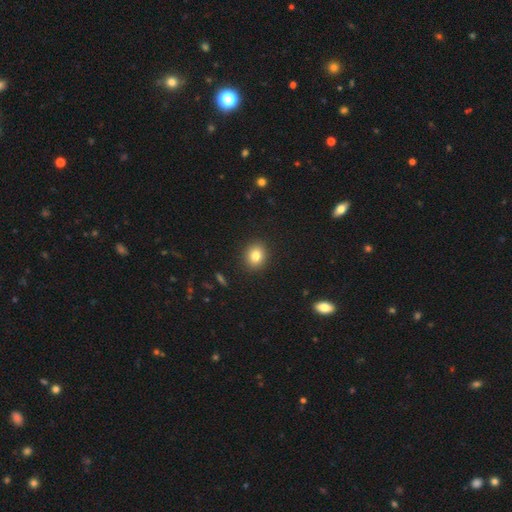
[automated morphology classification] This is clearly a smooth galaxy (82%). How rounded: likely round (66%). Merging: clearly none (91%).